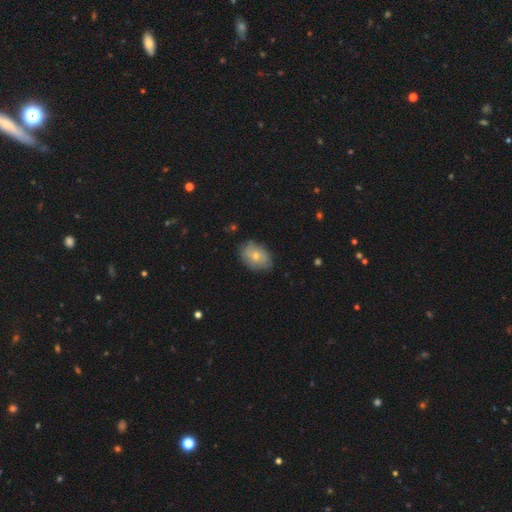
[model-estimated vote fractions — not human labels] smooth 66%, featured or disk 27%, star or artifact 7%. Down the decision tree: how rounded — in between (76%); merging — none (76%).